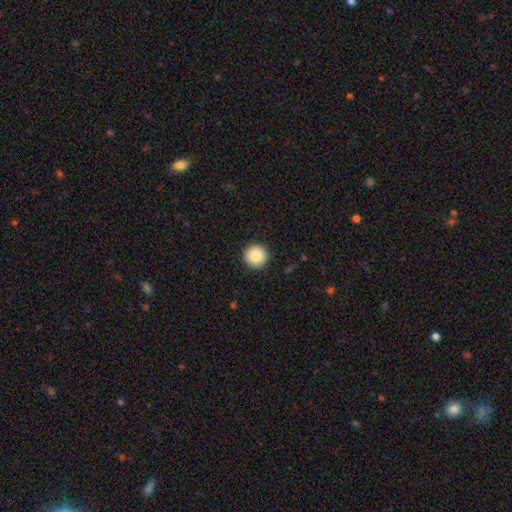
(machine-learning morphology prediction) smooth-or-featured: smooth: 88% | star or artifact: 8% | featured or disk: 4%
  how-rounded: round: 95% | in between: 4% | cigar-shaped: 1%
  merging: none: 92% | minor disturbance: 6% | major disturbance: 2% | merger: 1%